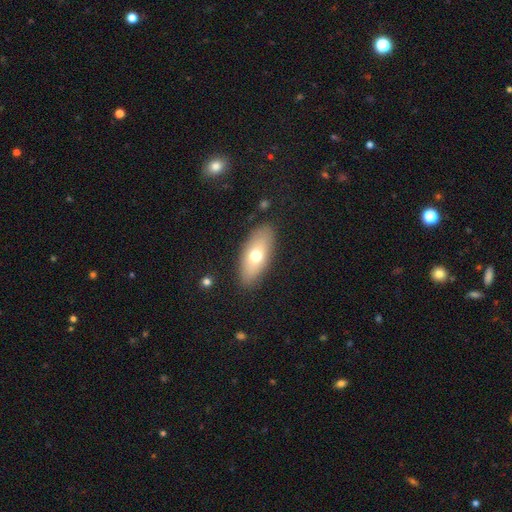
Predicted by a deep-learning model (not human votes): A smooth galaxy with no disk features (67%) that is in between round and cigar-shaped (84%). Merging: none (85%).